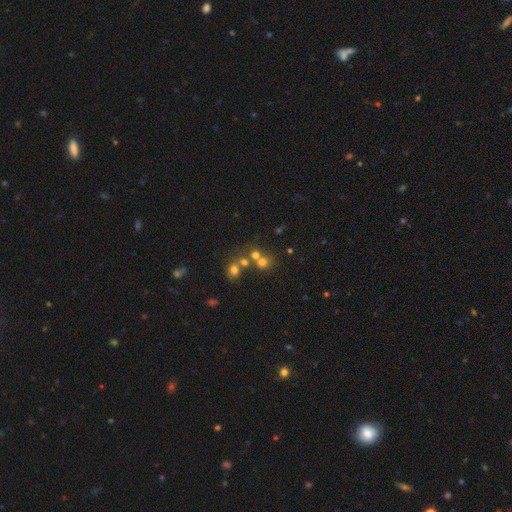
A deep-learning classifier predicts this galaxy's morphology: Q: Smooth or featured?
A: smooth (61%); runner-up: star or artifact (23%)
Q: How rounded?
A: round (83%); runner-up: in between (16%)
Q: Merging?
A: none (48%); runner-up: merger (41%)